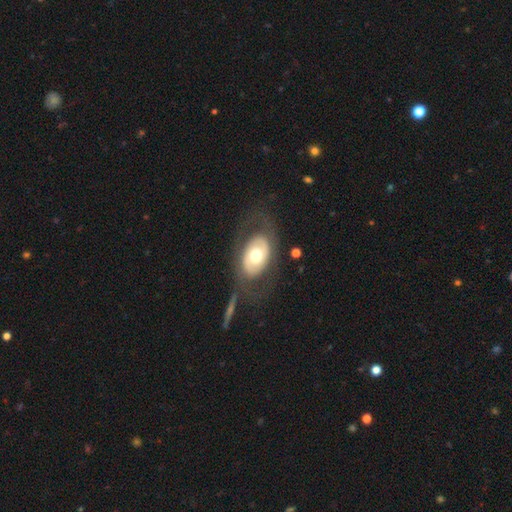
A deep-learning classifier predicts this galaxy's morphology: Smooth or featured? Predicted: featured or disk (p=0.50). Merging? Predicted: none (p=0.72).